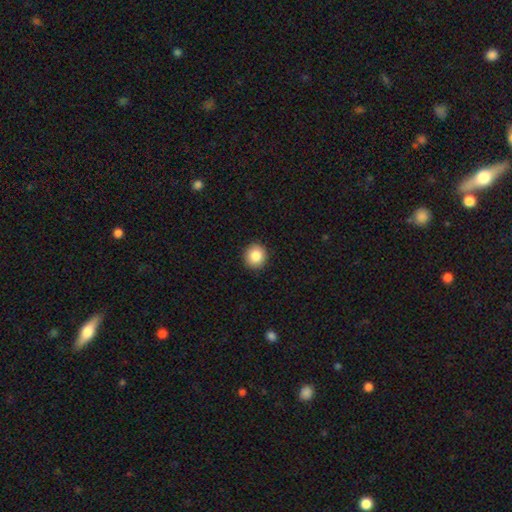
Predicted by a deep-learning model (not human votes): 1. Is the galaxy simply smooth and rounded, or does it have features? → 85% smooth, 9% star or artifact, 6% featured or disk.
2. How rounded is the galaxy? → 92% round, 7% in between, 1% cigar-shaped.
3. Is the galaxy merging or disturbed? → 92% none, 5% minor disturbance, 2% major disturbance, 1% merger.